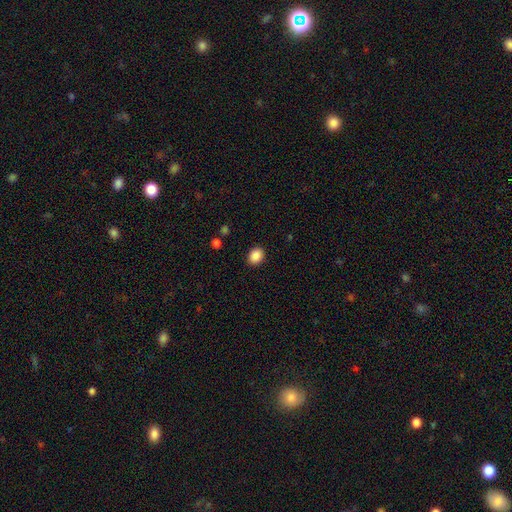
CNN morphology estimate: Smooth or featured?
  - smooth: 88% *
  - star or artifact: 9%
  - featured or disk: 3%
How rounded?
  - in between: 52% *
  - round: 47%
  - cigar-shaped: 1%
Merging?
  - none: 90% *
  - minor disturbance: 7%
  - major disturbance: 2%
  - merger: 1%